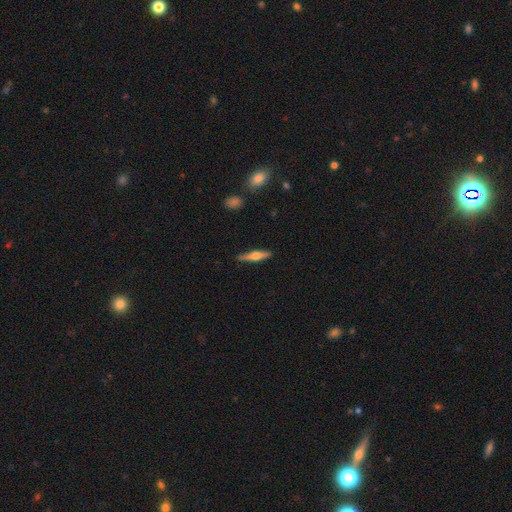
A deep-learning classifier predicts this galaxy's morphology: Smooth or featured? featured or disk (56%)
Edge-on disk? yes (96%)
Edge-on bulge? rounded (91%)
Merging? none (88%)